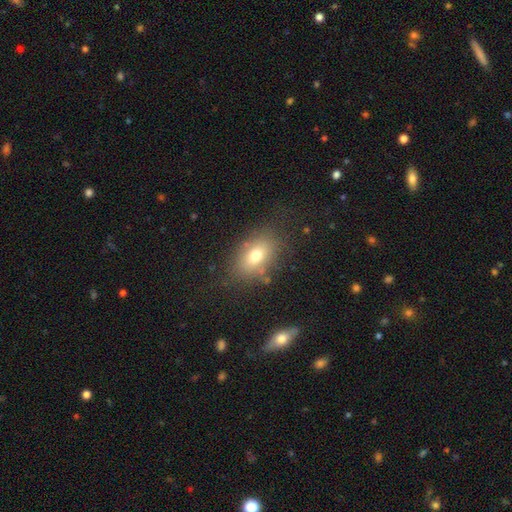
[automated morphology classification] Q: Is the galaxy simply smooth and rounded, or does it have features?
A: smooth — 71%.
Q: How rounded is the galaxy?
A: in between — 79%.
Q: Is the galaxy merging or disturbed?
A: none — 75%.